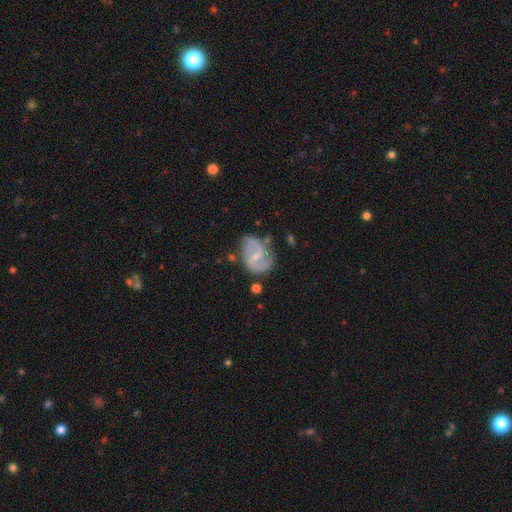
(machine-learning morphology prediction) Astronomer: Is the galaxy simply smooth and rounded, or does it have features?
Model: featured or disk — 81%.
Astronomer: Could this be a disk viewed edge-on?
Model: no — 98%.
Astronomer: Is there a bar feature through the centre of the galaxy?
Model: weak — 55%.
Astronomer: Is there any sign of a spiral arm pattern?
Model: yes — 92%.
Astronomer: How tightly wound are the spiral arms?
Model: medium — 50% (runner-up: loose, 31%).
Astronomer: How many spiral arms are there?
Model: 2 — 84%.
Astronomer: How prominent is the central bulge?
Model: small — 67%.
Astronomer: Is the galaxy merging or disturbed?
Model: none — 56%.